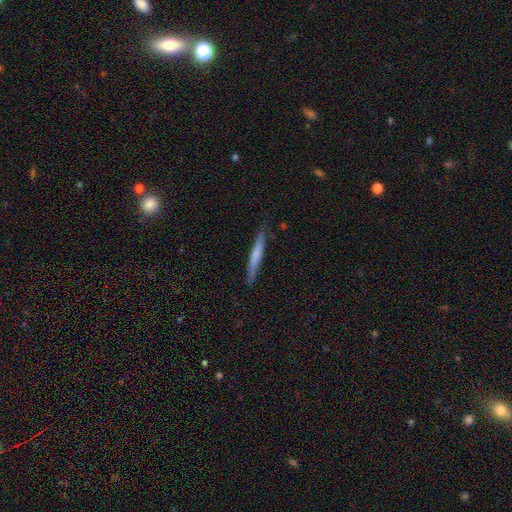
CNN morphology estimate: Smooth or featured? smooth (60%)
How rounded? cigar-shaped (95%)
Merging? none (86%)